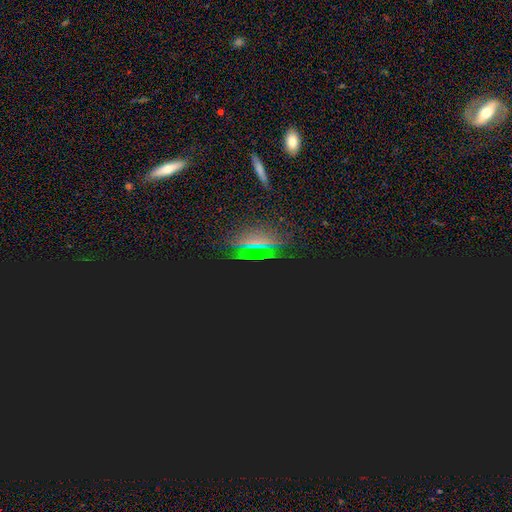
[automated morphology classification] star or artifact 61%, featured or disk 20%, smooth 19%.